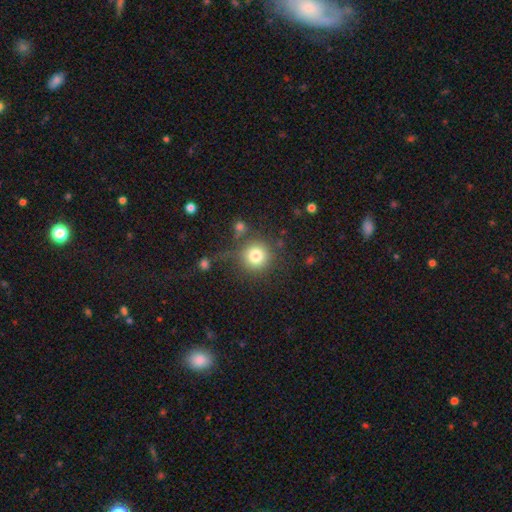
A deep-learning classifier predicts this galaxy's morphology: This appears to be a smooth galaxy with no disk features (81%) that is round (94%). Merging: none (70%).